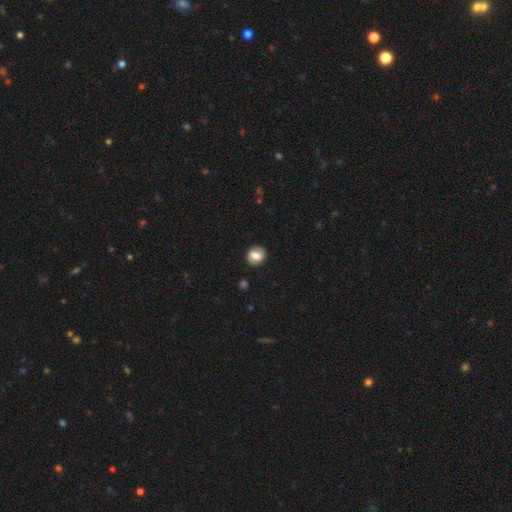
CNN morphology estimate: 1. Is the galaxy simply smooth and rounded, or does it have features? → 59% smooth, 33% featured or disk, 8% star or artifact.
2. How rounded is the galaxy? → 68% round, 31% in between, 1% cigar-shaped.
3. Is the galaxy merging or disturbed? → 84% none, 11% minor disturbance, 3% major disturbance, 1% merger.